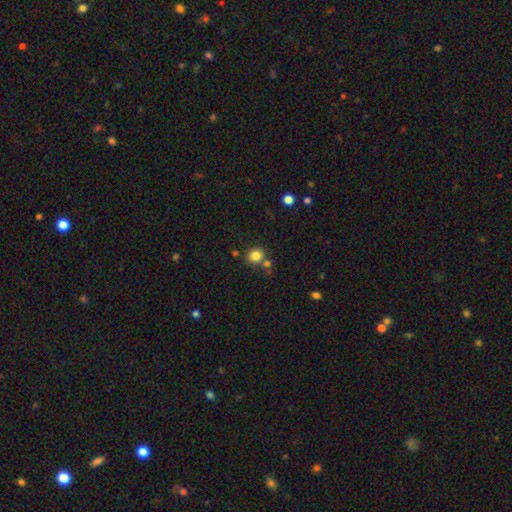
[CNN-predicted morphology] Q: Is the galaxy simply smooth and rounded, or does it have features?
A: smooth — 83%.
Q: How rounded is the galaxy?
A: round — 87%.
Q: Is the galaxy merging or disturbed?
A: none — 71%.